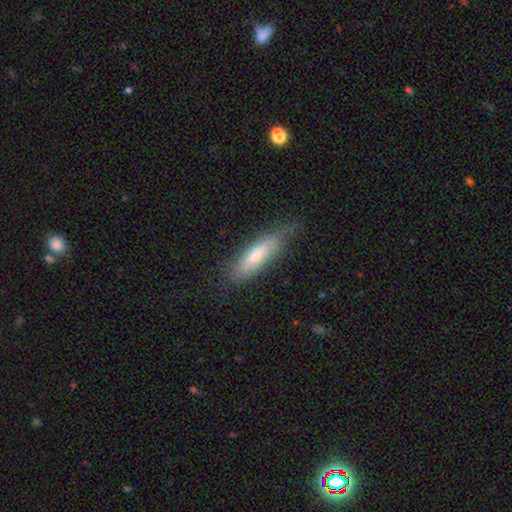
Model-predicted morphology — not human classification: The model was most divided on "smooth or featured": smooth: 60%, featured or disk: 33%, star or artifact: 6%. More confident: how rounded — cigar-shaped (64%); merging — none (62%).